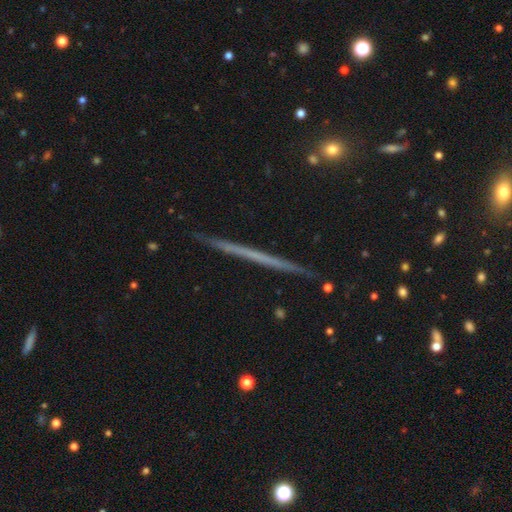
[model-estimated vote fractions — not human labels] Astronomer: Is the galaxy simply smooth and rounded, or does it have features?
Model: featured or disk — 62%.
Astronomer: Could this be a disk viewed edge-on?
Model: yes — 98%.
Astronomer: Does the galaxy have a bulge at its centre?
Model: none — 90%.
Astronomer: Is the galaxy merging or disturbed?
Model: none — 91%.